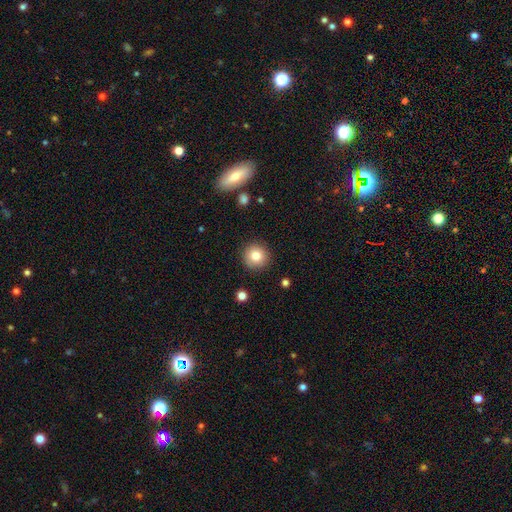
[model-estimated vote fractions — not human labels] Smooth or featured? smooth (81%)
How rounded? round (94%)
Merging? none (90%)